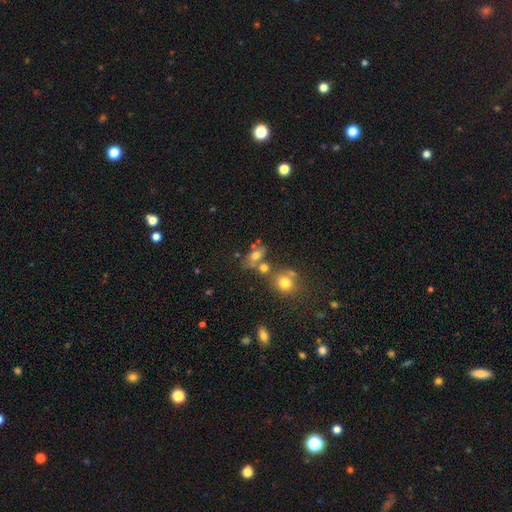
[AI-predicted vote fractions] Smooth or featured? Predicted: smooth (p=0.65). How rounded? Predicted: in between (p=0.71). Merging? Predicted: none (p=0.49).